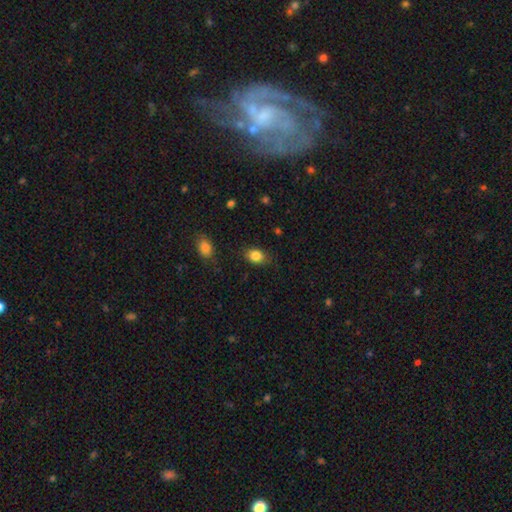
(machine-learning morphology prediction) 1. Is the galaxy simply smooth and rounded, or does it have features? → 84% smooth, 9% star or artifact, 6% featured or disk.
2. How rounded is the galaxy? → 67% in between, 32% round, 1% cigar-shaped.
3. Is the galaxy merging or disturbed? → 80% none, 15% minor disturbance, 3% major disturbance, 1% merger.